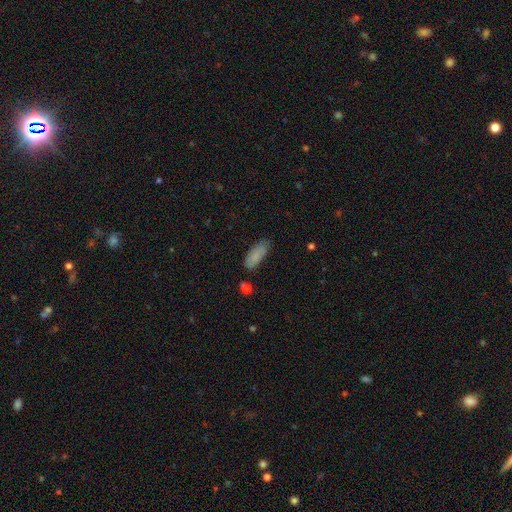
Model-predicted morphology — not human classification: Smooth or featured? Predicted: smooth (p=0.83). How rounded? Predicted: in between (p=0.73). Merging? Predicted: none (p=0.69).